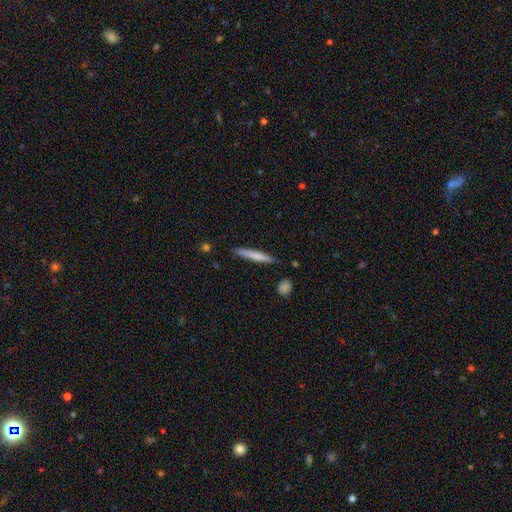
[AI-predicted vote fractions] Morphology: type=smooth (69%); roundness=cigar-shaped (93%); merging=none (84%).